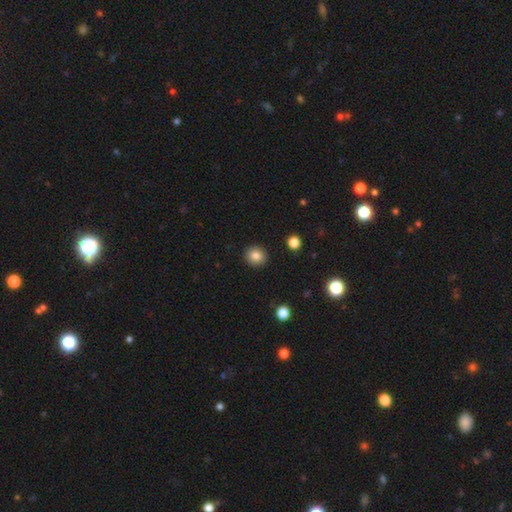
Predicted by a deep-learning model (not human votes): Q: Smooth or featured?
A: smooth (84%); runner-up: star or artifact (10%)
Q: How rounded?
A: round (86%); runner-up: in between (13%)
Q: Merging?
A: none (91%); runner-up: minor disturbance (6%)